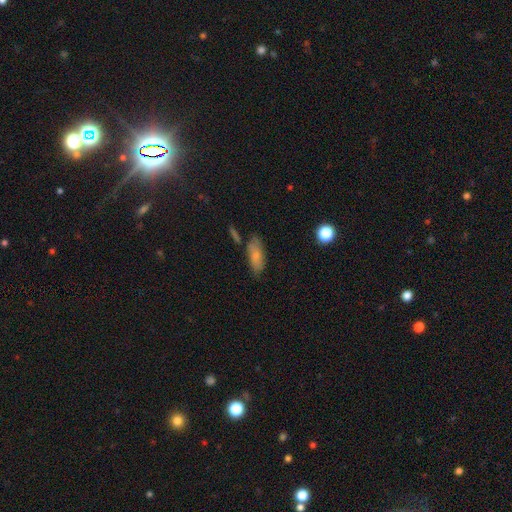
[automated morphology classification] Smooth or featured? Predicted: smooth (p=0.74). How rounded? Predicted: in between (p=0.80). Merging? Predicted: none (p=0.67).